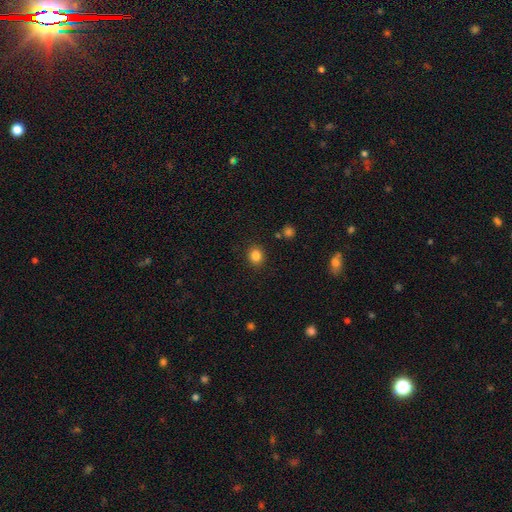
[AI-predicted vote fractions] The model was most divided on "how rounded": round: 79%, in between: 21%, cigar-shaped: 1%. More confident: merging — none (89%); smooth or featured — smooth (85%).